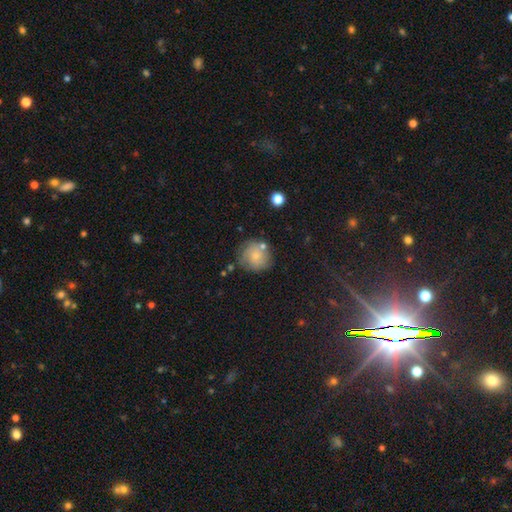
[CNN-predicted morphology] Smooth or featured: smooth — 69% (featured or disk — 22%)
How rounded: round — 90% (in between — 9%)
Merging: none — 68% (minor disturbance — 19%)